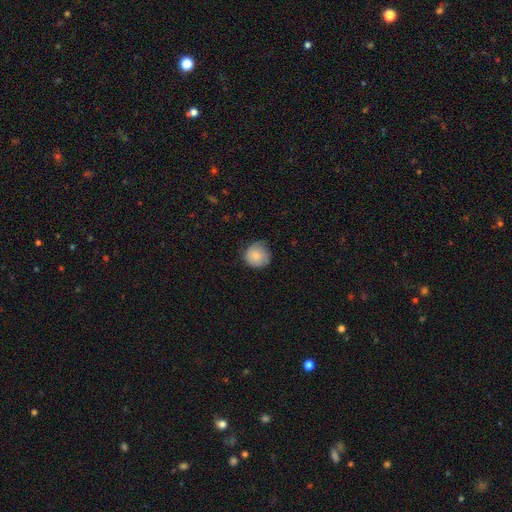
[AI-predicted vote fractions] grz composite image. It shows a smooth galaxy with no disk features (75%) that is round (91%). Merging: none (66%).